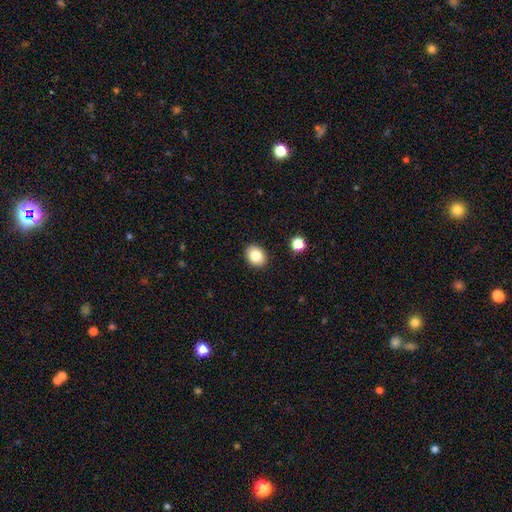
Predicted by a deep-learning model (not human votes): This appears to be a smooth galaxy with no disk features (84%) that is in between round and cigar-shaped (56%). Merging: none (90%).